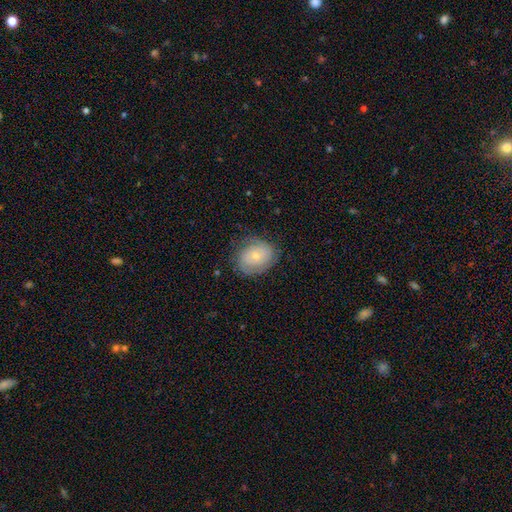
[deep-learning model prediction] Smooth or featured?
  - featured or disk: 59% *
  - smooth: 34%
  - star or artifact: 8%
Edge-on disk?
  - no: 97% *
  - yes: 3%
Bar?
  - no: 78% *
  - weak: 18%
  - strong: 3%
Spiral arms?
  - yes: 82% *
  - no: 18%
Bulge size?
  - small: 64% *
  - moderate: 32%
  - large: 2%
  - none: 2%
  - dominant: 1%
Merging?
  - none: 74% *
  - minor disturbance: 18%
  - major disturbance: 7%
  - merger: 1%